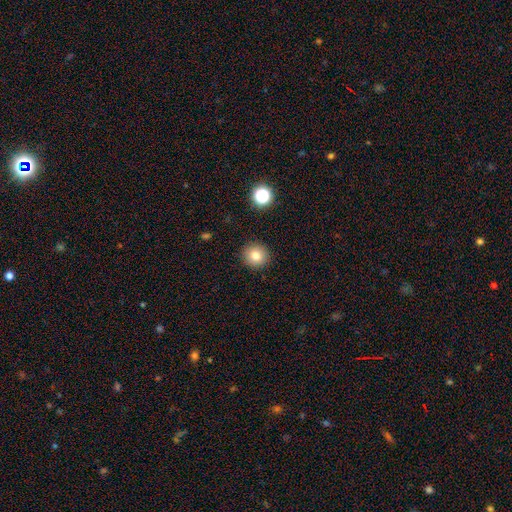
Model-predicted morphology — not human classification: smooth_or_featured: smooth (p=0.80) [alt: star or artifact p=0.12]
how_rounded: round (p=0.90) [alt: in between p=0.09]
merging: none (p=0.91) [alt: minor disturbance p=0.06]